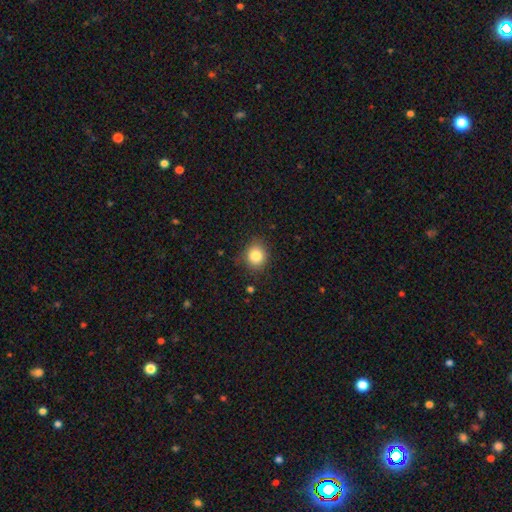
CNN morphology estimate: This appears to be a smooth galaxy with no disk features (84%) that is round (77%). Merging: none (84%).